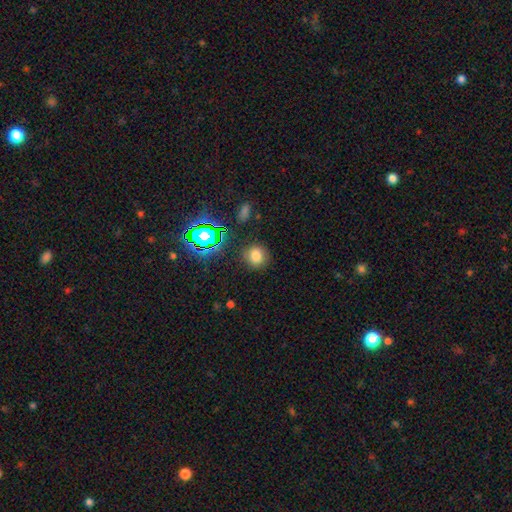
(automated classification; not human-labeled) Q: Smooth or featured?
A: smooth (72%); runner-up: star or artifact (20%)
Q: How rounded?
A: round (84%); runner-up: in between (15%)
Q: Merging?
A: none (86%); runner-up: minor disturbance (9%)